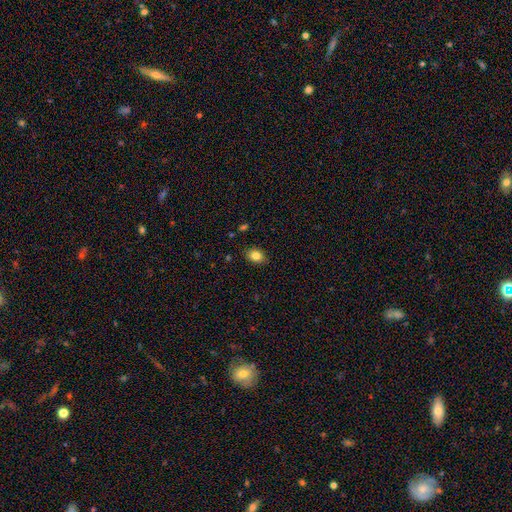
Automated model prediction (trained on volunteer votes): smooth-or-featured: smooth: 84% | star or artifact: 10% | featured or disk: 6%
  how-rounded: in between: 63% | round: 36% | cigar-shaped: 1%
  merging: none: 87% | minor disturbance: 10% | major disturbance: 2% | merger: 1%